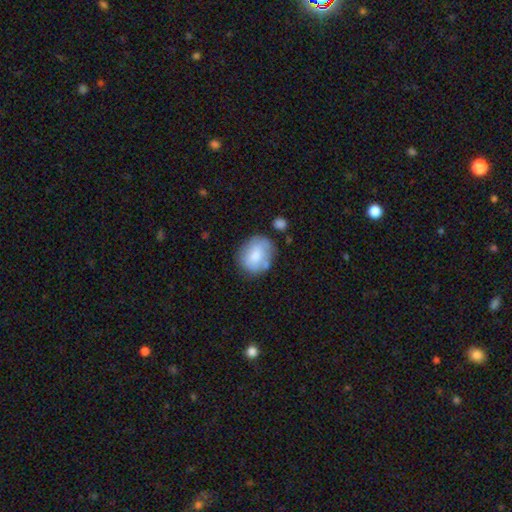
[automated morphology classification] Overall: smooth (73%). How rounded: round (59%; in between 40%). Merging: none (60%; minor disturbance 23%).